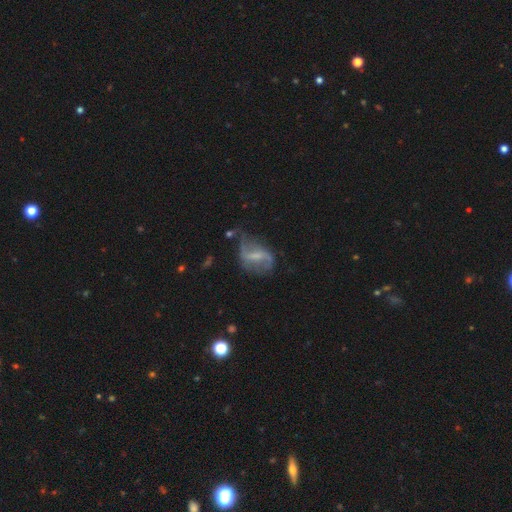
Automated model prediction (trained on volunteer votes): This appears to be a featured or disk galaxy (72%) with a weak bar (47%), 2 (80%) loose (70%) spiral arms (80%) and a small central bulge (42%). Merging: none (46%).